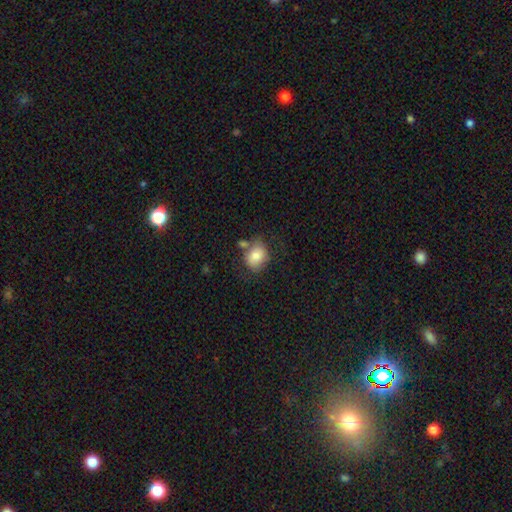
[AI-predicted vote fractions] smooth-or-featured: smooth: 78% | featured or disk: 14% | star or artifact: 8%
  how-rounded: in between: 56% | round: 43% | cigar-shaped: 1%
  merging: none: 57% | minor disturbance: 20% | merger: 15% | major disturbance: 8%